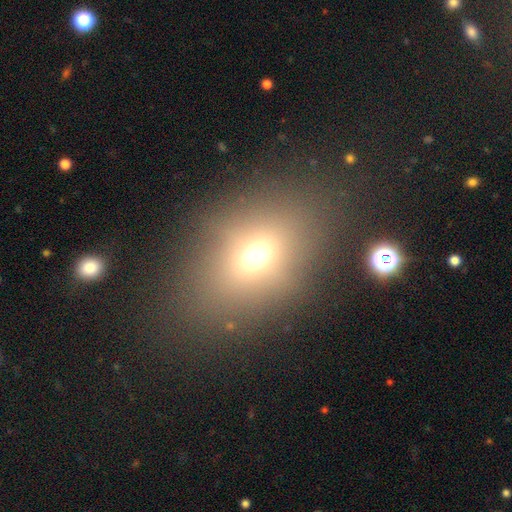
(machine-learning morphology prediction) Overall: smooth (66%). How rounded: in between (67%; round 31%). Merging: none (79%).